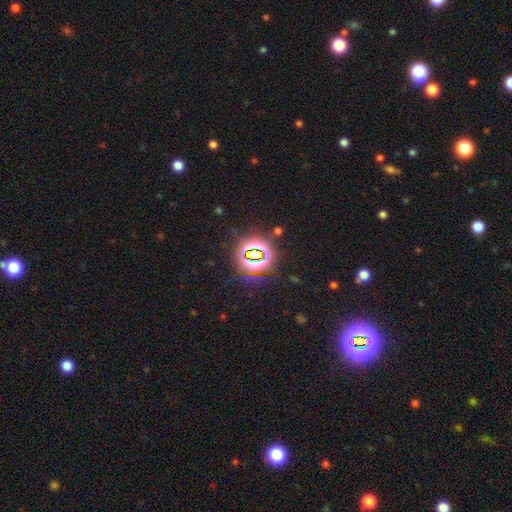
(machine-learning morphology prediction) smooth-or-featured: star or artifact: 77% | smooth: 14% | featured or disk: 9%